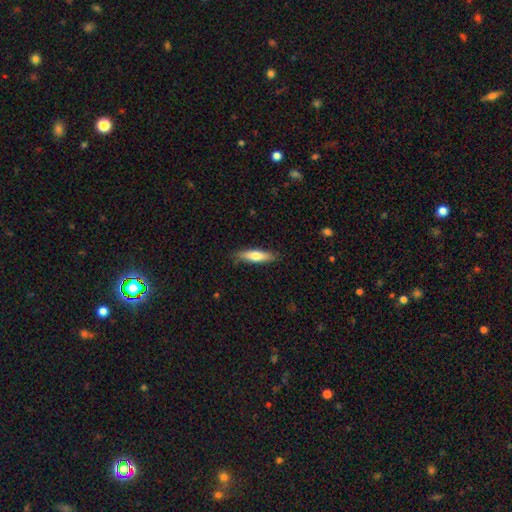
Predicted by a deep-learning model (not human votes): Smooth or featured?
  - smooth: 68% *
  - featured or disk: 27%
  - star or artifact: 6%
How rounded?
  - cigar-shaped: 68% *
  - in between: 30%
  - round: 2%
Merging?
  - none: 85% *
  - minor disturbance: 11%
  - major disturbance: 2%
  - merger: 1%